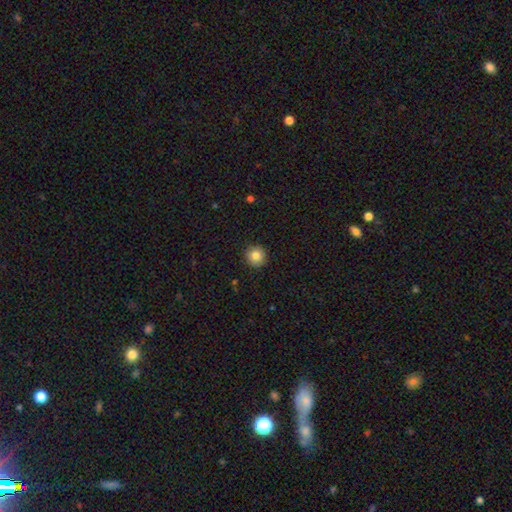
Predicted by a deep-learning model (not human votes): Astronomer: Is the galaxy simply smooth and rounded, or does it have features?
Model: smooth — 84%.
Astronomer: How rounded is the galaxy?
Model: round — 94%.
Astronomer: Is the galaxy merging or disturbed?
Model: none — 92%.